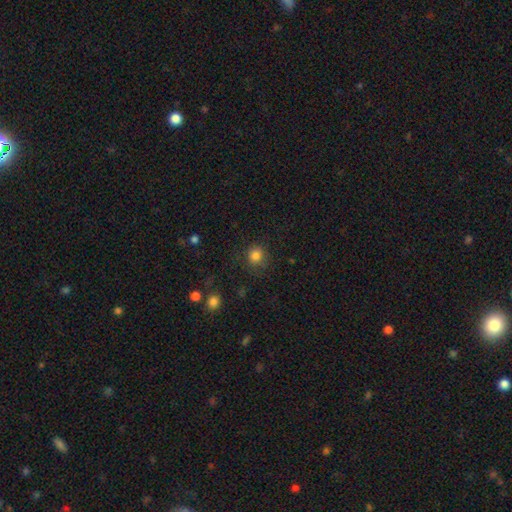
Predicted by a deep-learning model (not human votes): smooth_or_featured: smooth (p=0.82) [alt: star or artifact p=0.12]
how_rounded: round (p=0.86) [alt: in between p=0.13]
merging: none (p=0.78) [alt: minor disturbance p=0.14]